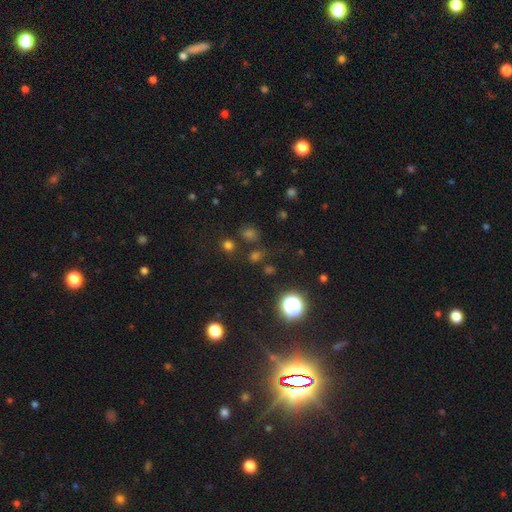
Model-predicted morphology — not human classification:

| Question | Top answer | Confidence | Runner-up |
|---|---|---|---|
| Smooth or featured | star or artifact | 50% | smooth (43%) |